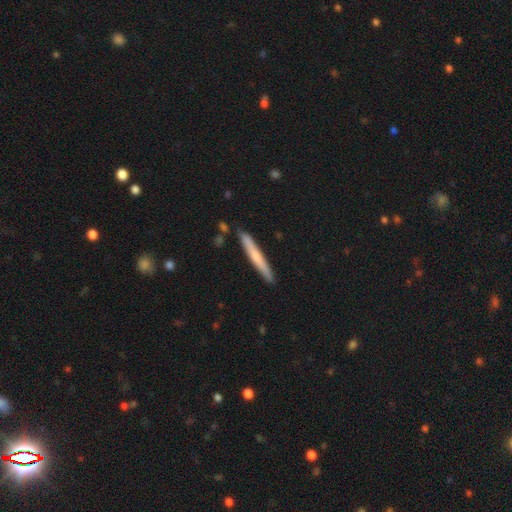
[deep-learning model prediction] Overall: smooth (57%; featured or disk 37%). How rounded: cigar-shaped (96%). Merging: none (88%).